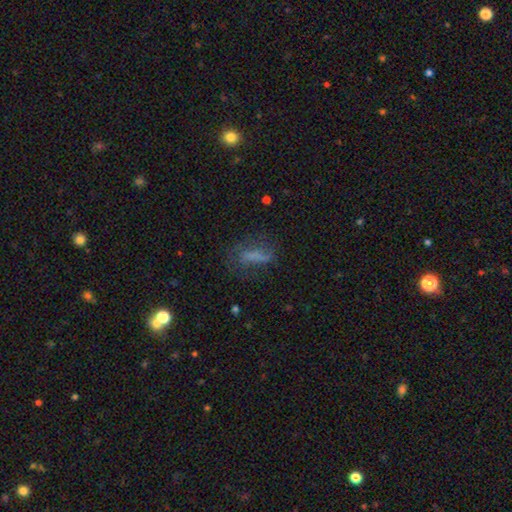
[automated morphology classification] Smooth or featured: smooth — 53% (featured or disk — 31%)
How rounded: in between — 61% (cigar-shaped — 32%)
Merging: none — 43% (major disturbance — 30%)